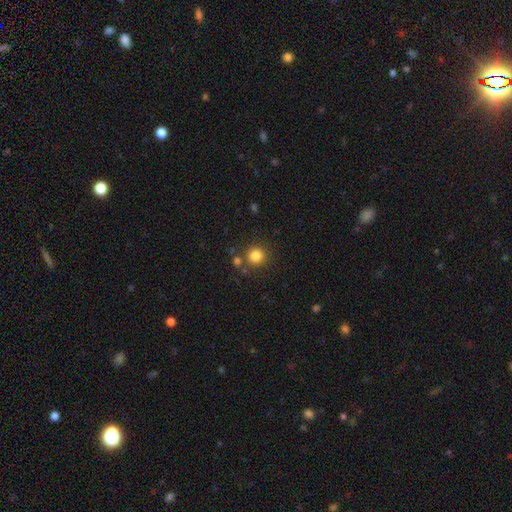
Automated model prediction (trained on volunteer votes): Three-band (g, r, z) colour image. It shows a smooth galaxy with no disk features (83%) that is round (93%). Merging: none (81%).